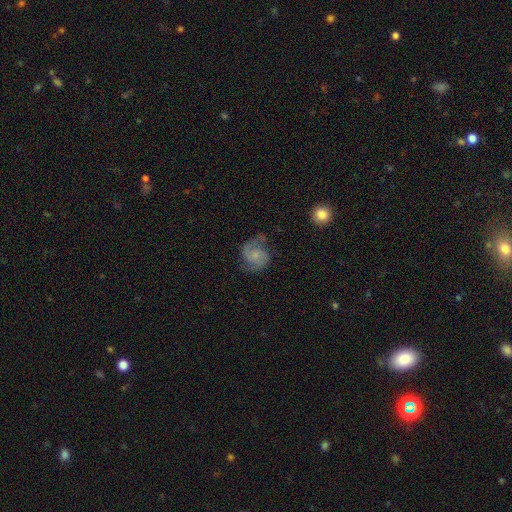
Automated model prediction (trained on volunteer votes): Morphology: type=featured or disk (70%); edge-on=no (98%); bar=no (66%); spiral arms=yes (93%); winding=medium (51%); arm count=2 (84%); bulge=small (44%); merging=none (63%).